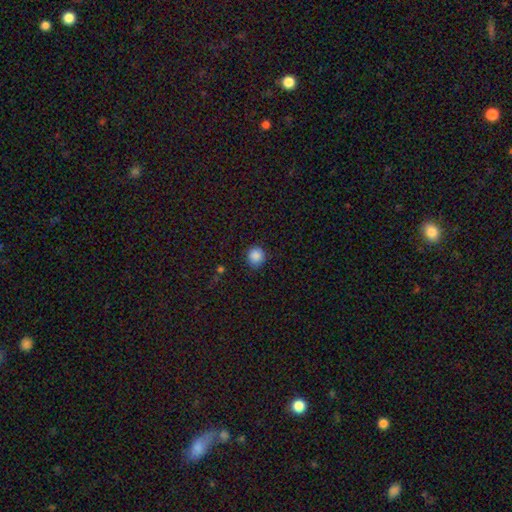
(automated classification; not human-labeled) smooth 87%, star or artifact 10%, featured or disk 3%. Down the decision tree: how rounded — round (88%); merging — none (86%).